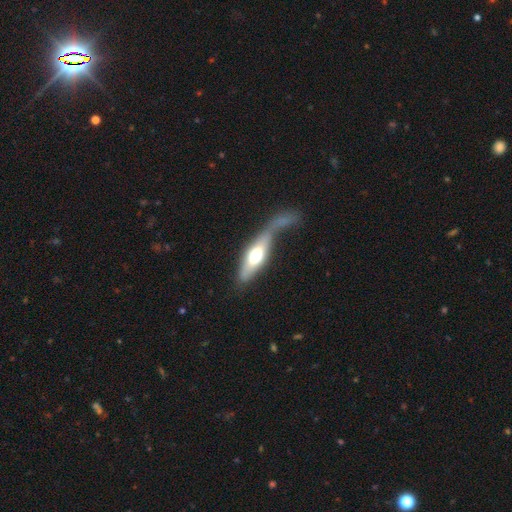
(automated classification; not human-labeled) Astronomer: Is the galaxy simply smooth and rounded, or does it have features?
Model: smooth — 57% (runner-up: featured or disk, 37%).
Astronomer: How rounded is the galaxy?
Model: in between — 60% (runner-up: cigar-shaped, 37%).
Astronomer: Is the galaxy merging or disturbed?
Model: major disturbance — 33% (runner-up: none, 26%).